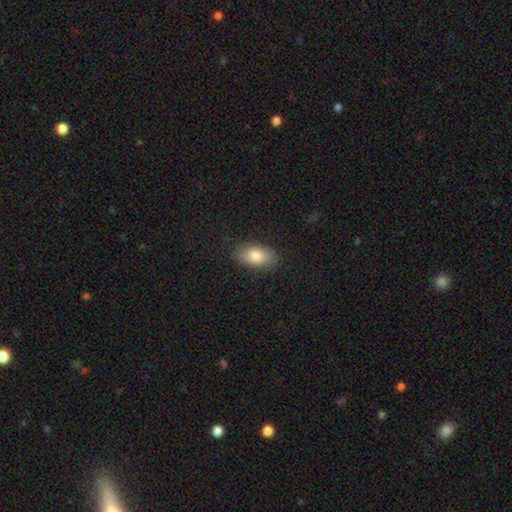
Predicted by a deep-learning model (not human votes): A smooth galaxy with no disk features (82%) that is in between round and cigar-shaped (92%). Merging: none (86%).